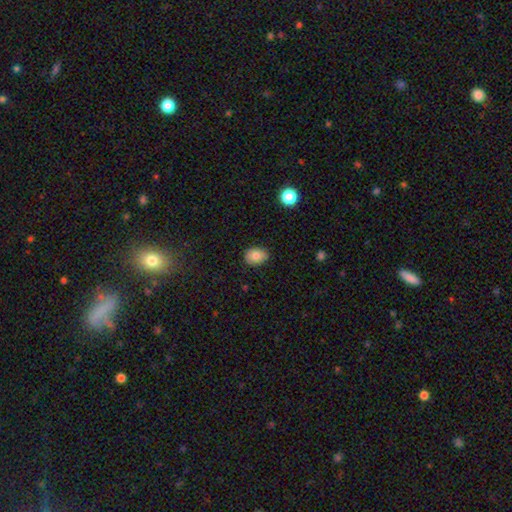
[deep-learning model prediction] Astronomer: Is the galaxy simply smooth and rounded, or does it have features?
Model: smooth — 82%.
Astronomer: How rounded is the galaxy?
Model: in between — 62%.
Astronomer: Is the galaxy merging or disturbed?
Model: none — 83%.